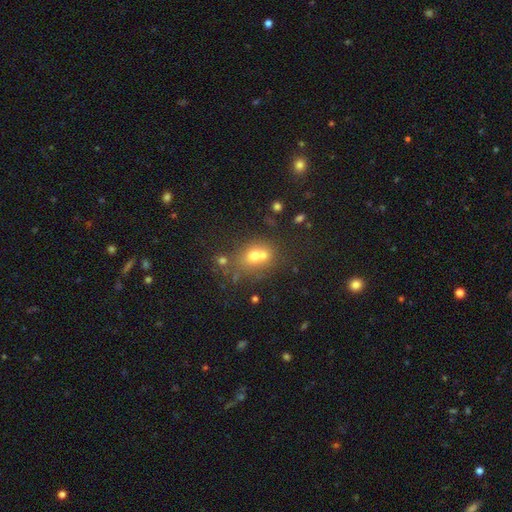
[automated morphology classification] This appears to be a smooth galaxy with no disk features (58%) that is round (57%). Merging: merger (46%).